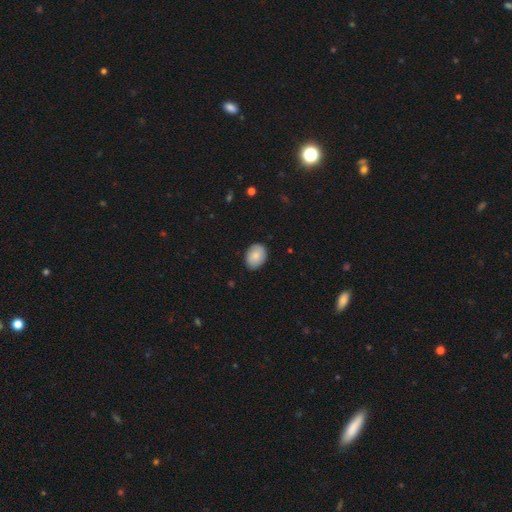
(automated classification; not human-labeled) smooth 83%, featured or disk 11%, star or artifact 7%. Down the decision tree: how rounded — in between (72%); merging — none (86%).